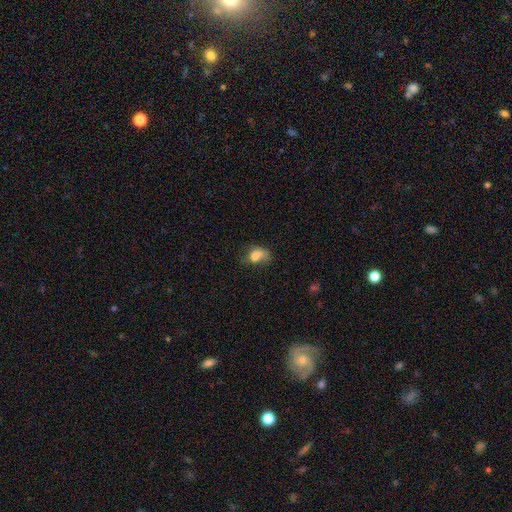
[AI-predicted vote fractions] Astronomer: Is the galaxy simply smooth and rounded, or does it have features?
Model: smooth — 73%.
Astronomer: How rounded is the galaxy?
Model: in between — 78%.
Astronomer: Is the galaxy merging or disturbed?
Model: none — 36% (runner-up: minor disturbance, 32%).